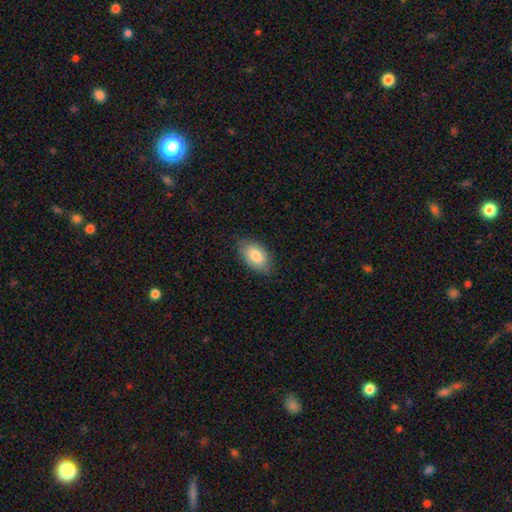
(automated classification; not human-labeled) A smooth galaxy with no disk features (82%) that is in between round and cigar-shaped (93%).

Vote fractions:
- Smooth or featured? smooth: 82% / featured or disk: 12% / star or artifact: 6%
- How rounded? in between: 93% / round: 4% / cigar-shaped: 2%
- Merging? none: 82% / minor disturbance: 15% / major disturbance: 3% / merger: 1%